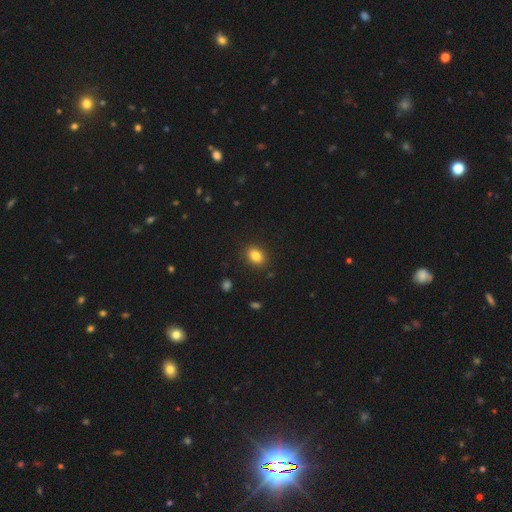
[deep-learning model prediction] A smooth galaxy with no disk features (84%) that is in between round and cigar-shaped (65%). Merging: none (88%).